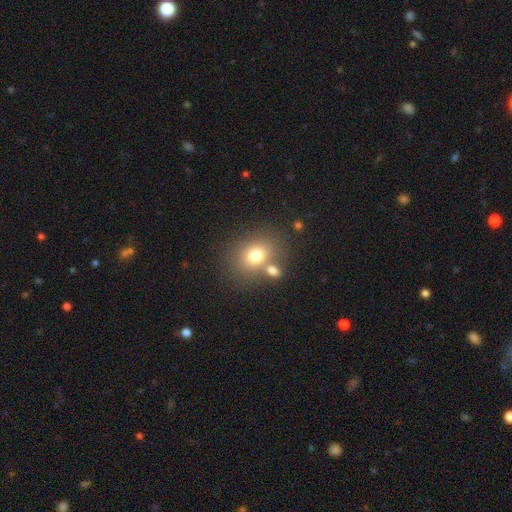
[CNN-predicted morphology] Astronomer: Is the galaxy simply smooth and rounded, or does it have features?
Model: smooth — 74%.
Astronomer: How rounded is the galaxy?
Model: round — 52% (runner-up: in between, 47%).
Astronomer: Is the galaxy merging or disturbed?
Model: none — 59%.